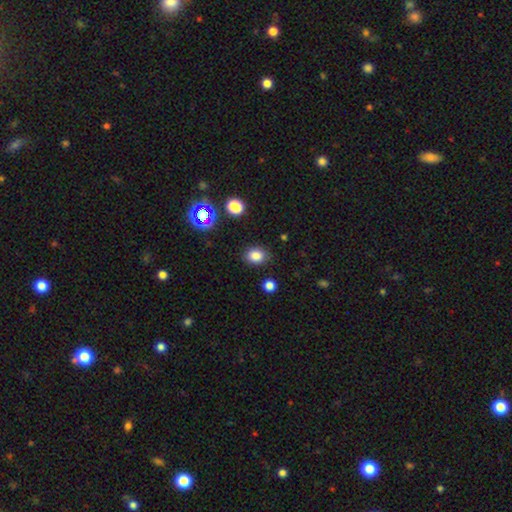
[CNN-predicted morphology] type=smooth (82%); roundness=in between (54%); merging=none (83%).